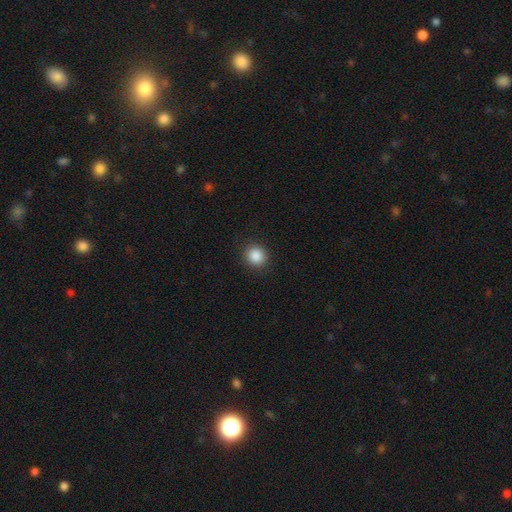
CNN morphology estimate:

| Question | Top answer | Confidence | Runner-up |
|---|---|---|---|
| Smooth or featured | smooth | 88% | star or artifact (9%) |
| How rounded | round | 87% | in between (12%) |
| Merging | none | 91% | minor disturbance (6%) |